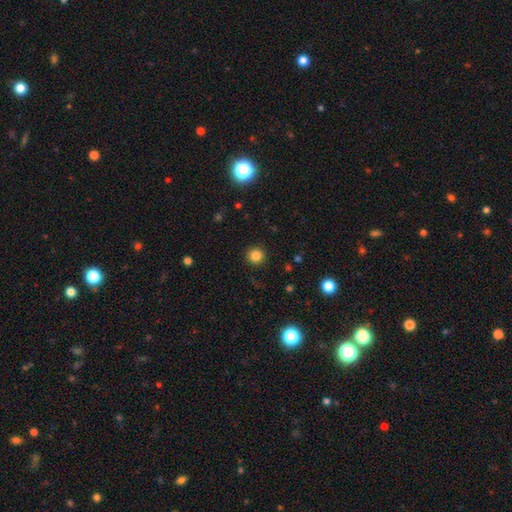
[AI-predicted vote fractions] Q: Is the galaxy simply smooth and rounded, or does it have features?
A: smooth — 84%.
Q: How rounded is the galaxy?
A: round — 94%.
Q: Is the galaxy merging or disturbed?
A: none — 90%.